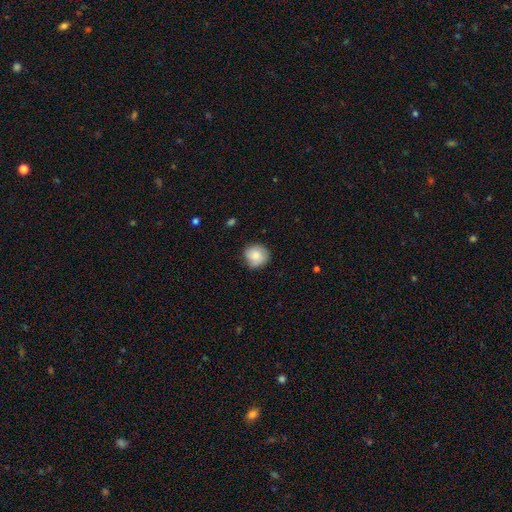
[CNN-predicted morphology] Smooth or featured: smooth — 77% (featured or disk — 15%)
How rounded: round — 90% (in between — 9%)
Merging: none — 78% (minor disturbance — 17%)